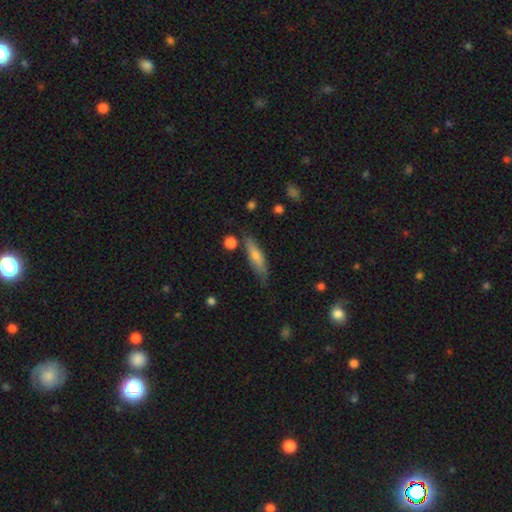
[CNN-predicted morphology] type=smooth (59%); roundness=cigar-shaped (78%); merging=none (76%).